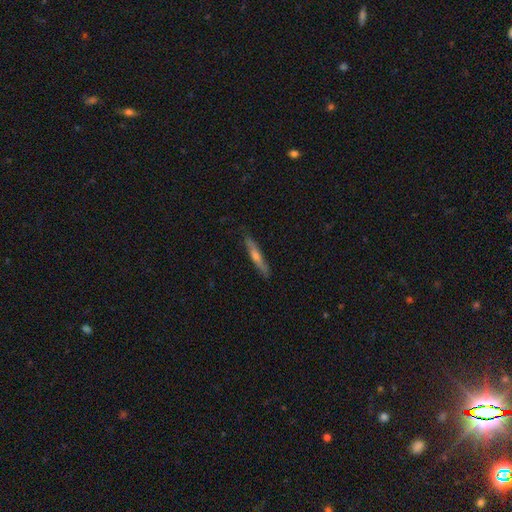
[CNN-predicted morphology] Smooth or featured?
  - featured or disk: 54% *
  - smooth: 40%
  - star or artifact: 6%
Edge-on disk?
  - yes: 94% *
  - no: 6%
Edge-on bulge?
  - rounded: 74% *
  - none: 20%
  - boxy: 5%
Merging?
  - none: 87% *
  - minor disturbance: 10%
  - major disturbance: 2%
  - merger: 1%